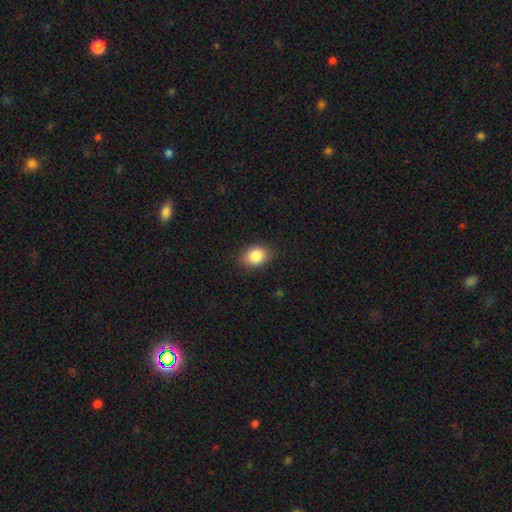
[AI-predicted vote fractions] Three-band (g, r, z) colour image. It shows a smooth galaxy with no disk features (87%) that is in between round and cigar-shaped (69%). Merging: none (86%).